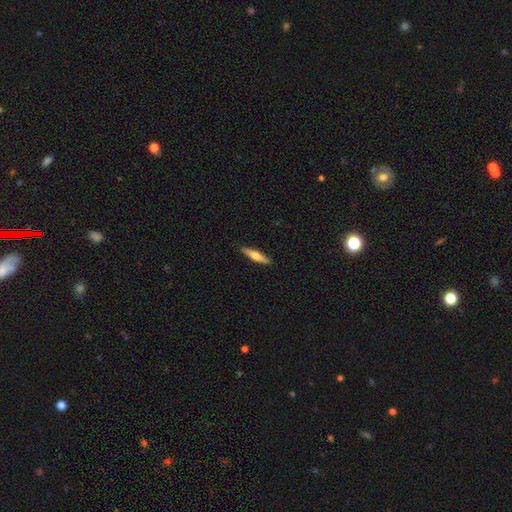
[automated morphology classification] smooth_or_featured: featured or disk (p=0.51) [alt: smooth p=0.43]
disk_edge_on: yes (p=0.95) [alt: no p=0.05]
merging: none (p=0.91) [alt: minor disturbance p=0.06]